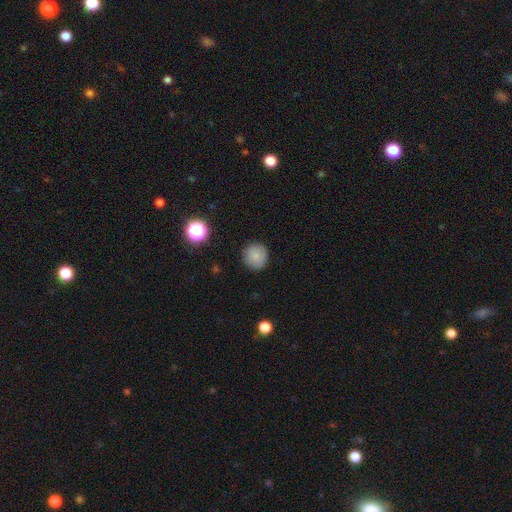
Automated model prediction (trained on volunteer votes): Q: Smooth or featured?
A: smooth (83%); runner-up: star or artifact (10%)
Q: How rounded?
A: round (94%); runner-up: in between (5%)
Q: Merging?
A: none (89%); runner-up: minor disturbance (7%)